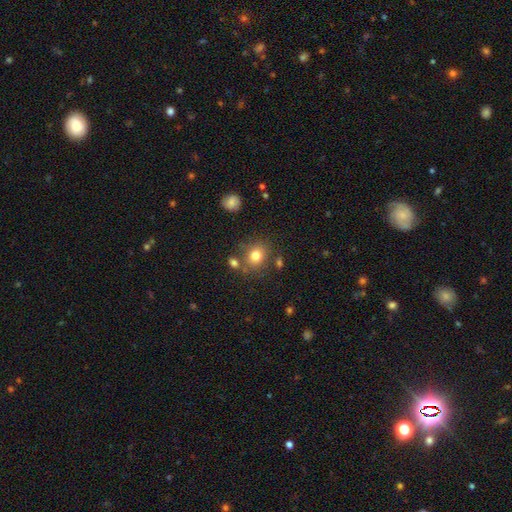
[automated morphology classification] Smooth or featured? Predicted: smooth (p=0.78). How rounded? Predicted: round (p=0.67). Merging? Predicted: none (p=0.73).